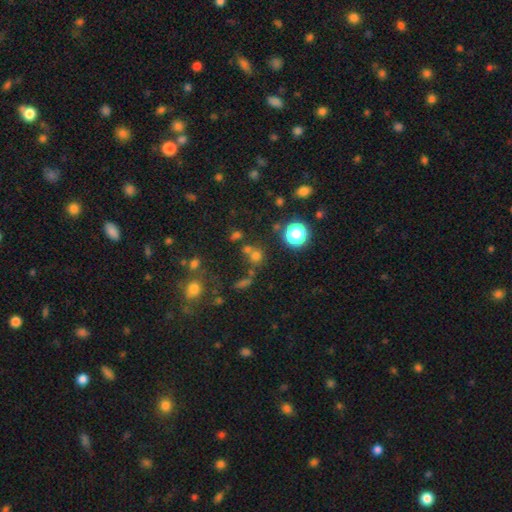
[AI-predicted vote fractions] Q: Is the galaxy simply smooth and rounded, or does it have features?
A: smooth — 63%.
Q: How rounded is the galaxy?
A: round — 83%.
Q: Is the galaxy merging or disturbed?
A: none — 56%.